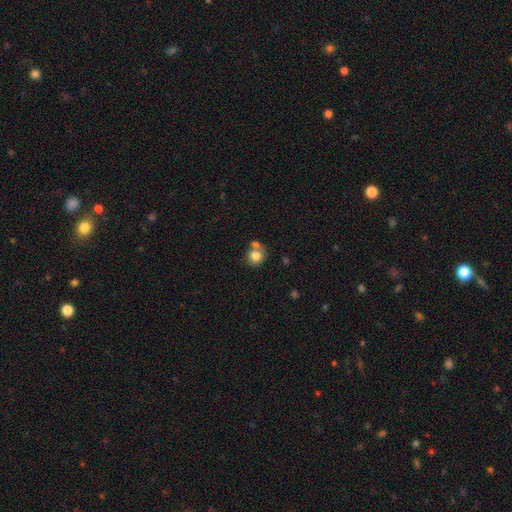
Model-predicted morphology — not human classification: Smooth or featured?
  - smooth: 80% *
  - featured or disk: 11%
  - star or artifact: 9%
How rounded?
  - round: 79% *
  - in between: 20%
  - cigar-shaped: 1%
Merging?
  - none: 50% *
  - merger: 35%
  - minor disturbance: 11%
  - major disturbance: 4%